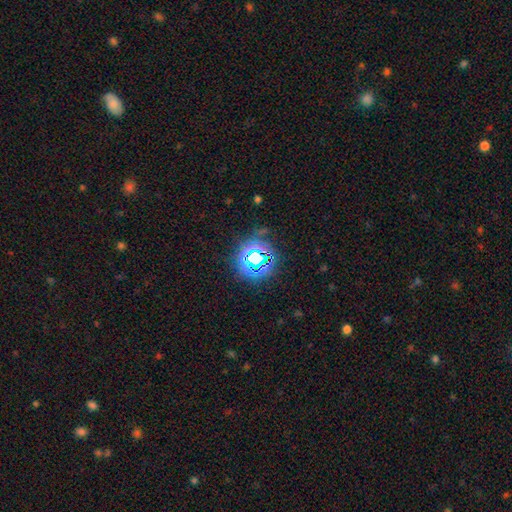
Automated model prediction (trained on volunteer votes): Smooth or featured?
  - star or artifact: 69% *
  - smooth: 20%
  - featured or disk: 11%